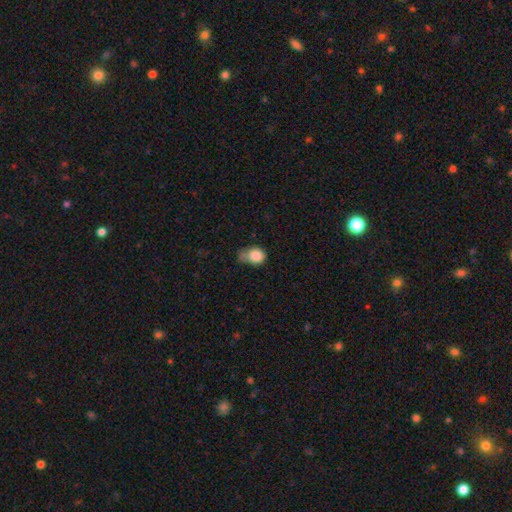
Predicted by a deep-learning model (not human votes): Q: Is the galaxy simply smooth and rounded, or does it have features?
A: smooth — 84%.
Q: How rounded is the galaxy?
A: round — 50%.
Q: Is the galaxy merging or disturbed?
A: minor disturbance — 39%.